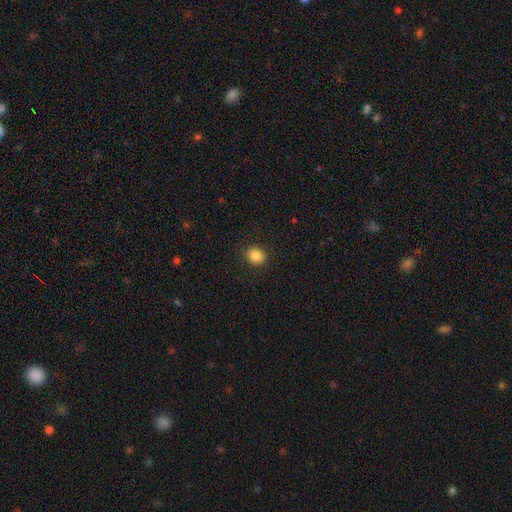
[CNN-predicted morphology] Smooth or featured?
  - smooth: 85% *
  - star or artifact: 10%
  - featured or disk: 5%
How rounded?
  - round: 72% *
  - in between: 27%
  - cigar-shaped: 1%
Merging?
  - none: 90% *
  - minor disturbance: 7%
  - major disturbance: 2%
  - merger: 1%